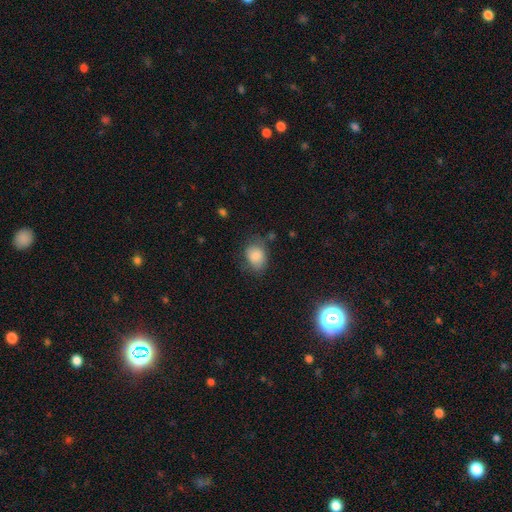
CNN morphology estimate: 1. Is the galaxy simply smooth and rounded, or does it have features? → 84% smooth, 9% star or artifact, 7% featured or disk.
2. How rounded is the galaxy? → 65% in between, 34% round, 1% cigar-shaped.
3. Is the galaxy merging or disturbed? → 59% none, 29% minor disturbance, 10% major disturbance, 3% merger.